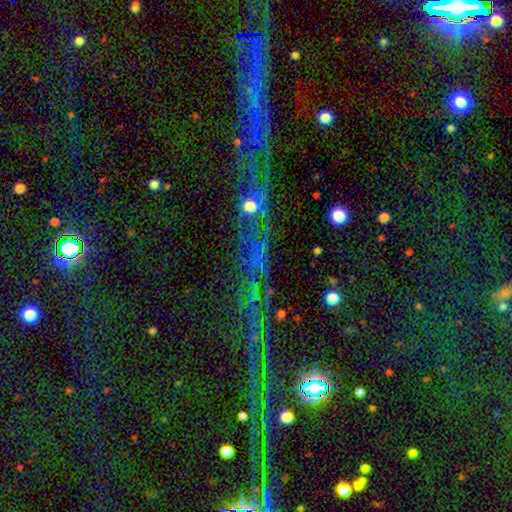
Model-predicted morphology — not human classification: Overall: star or artifact (77%).